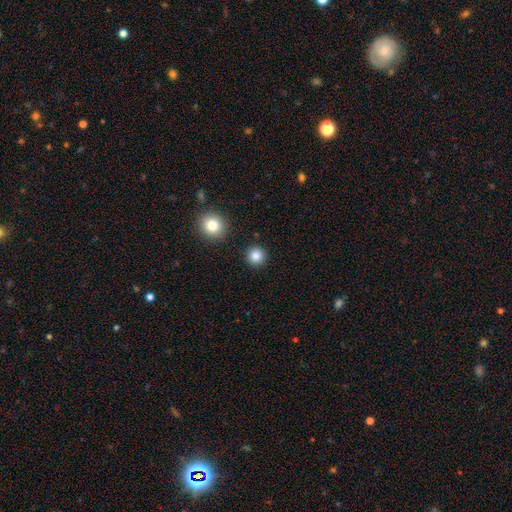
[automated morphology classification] The model was most divided on "smooth or featured": smooth: 85%, star or artifact: 11%, featured or disk: 4%. More confident: how rounded — round (94%); merging — none (90%).